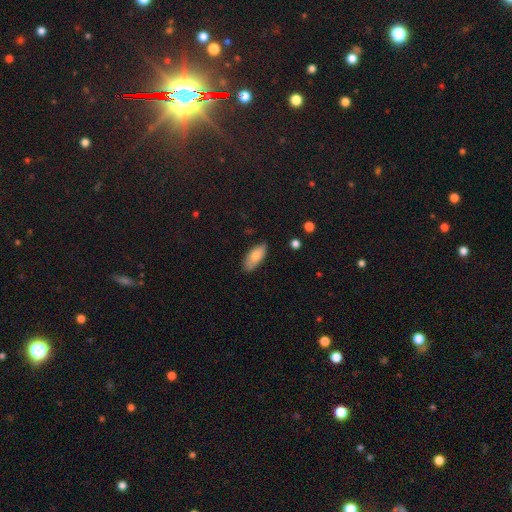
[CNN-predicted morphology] smooth_or_featured: smooth (p=0.78) [alt: featured or disk p=0.16]
how_rounded: in between (p=0.86) [alt: cigar-shaped p=0.12]
merging: none (p=0.79) [alt: minor disturbance p=0.17]